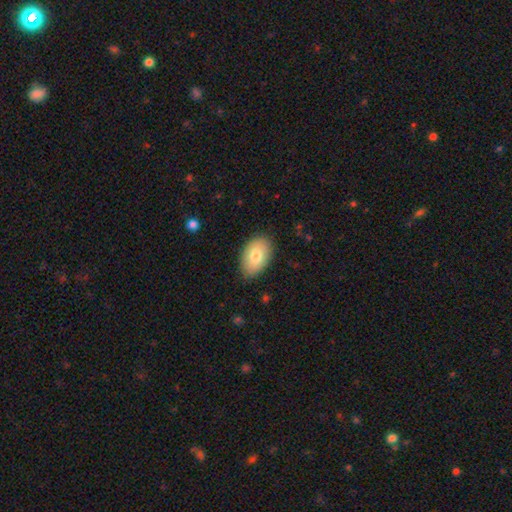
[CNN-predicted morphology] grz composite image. It shows a smooth galaxy with no disk features (79%) that is in between round and cigar-shaped (92%). Merging: none (83%).